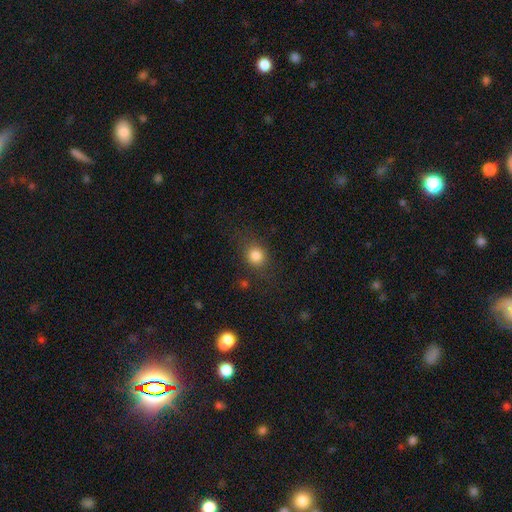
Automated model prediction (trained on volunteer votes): Smooth or featured?
  - smooth: 82% *
  - star or artifact: 11%
  - featured or disk: 7%
How rounded?
  - round: 75% *
  - in between: 24%
  - cigar-shaped: 1%
Merging?
  - none: 79% *
  - minor disturbance: 13%
  - major disturbance: 6%
  - merger: 2%